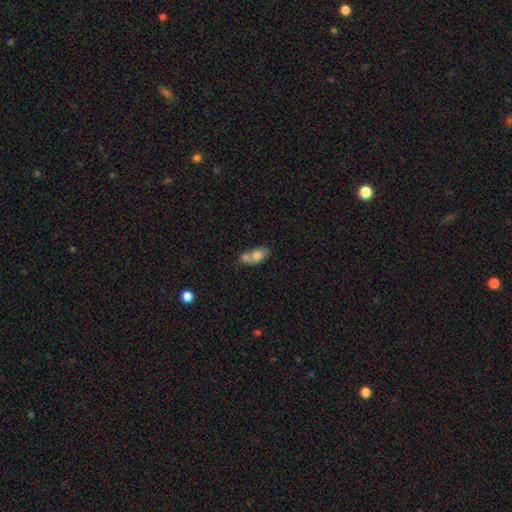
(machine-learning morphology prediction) This is likely a smooth galaxy (71%). How rounded: clearly in between (81%). Merging: possibly merger (53%).